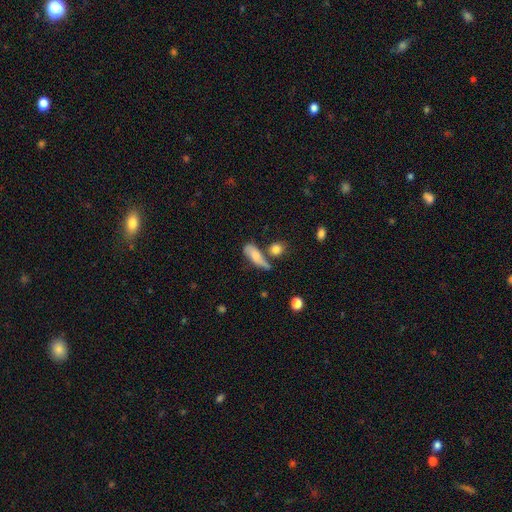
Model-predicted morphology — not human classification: A smooth galaxy with no disk features (64%) that is in between round and cigar-shaped (58%).

Vote fractions:
- Smooth or featured? smooth: 64% / featured or disk: 27% / star or artifact: 8%
- How rounded? in between: 58% / cigar-shaped: 37% / round: 6%
- Merging? none: 43% / minor disturbance: 24% / merger: 21% / major disturbance: 12%